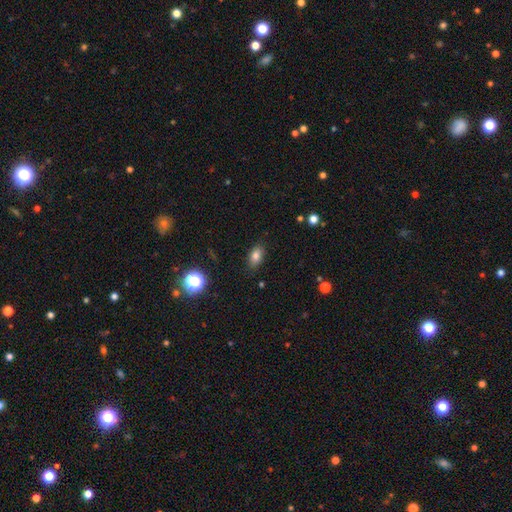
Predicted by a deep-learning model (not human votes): smooth_or_featured: smooth (p=0.80) [alt: star or artifact p=0.12]
how_rounded: in between (p=0.86) [alt: round p=0.10]
merging: none (p=0.87) [alt: minor disturbance p=0.10]